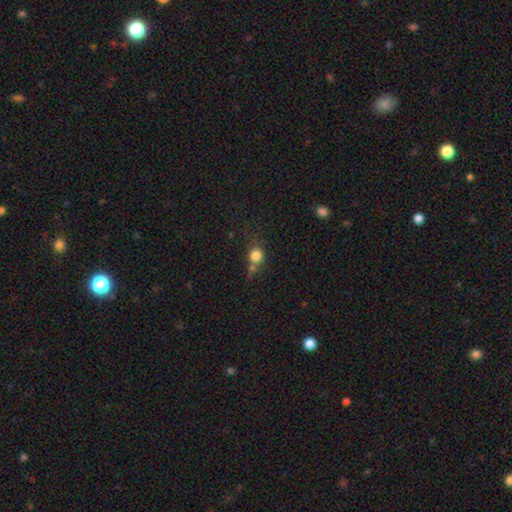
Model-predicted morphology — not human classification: The model was most divided on "merging": none: 47%, merger: 29%, minor disturbance: 16%, major disturbance: 9%. More confident: how rounded — round (84%); smooth or featured — smooth (79%).